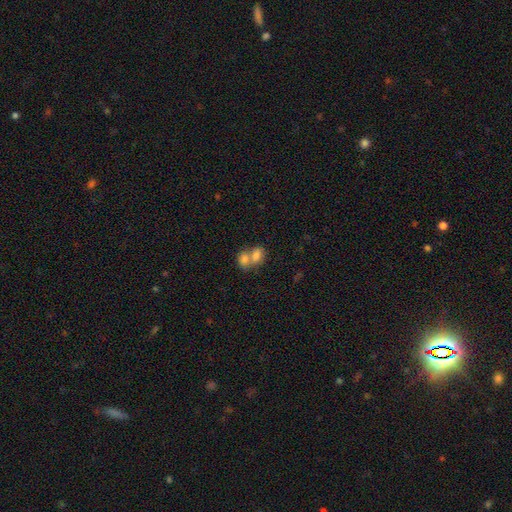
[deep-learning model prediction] A smooth galaxy with no disk features (77%) that is in between round and cigar-shaped (73%).

Vote fractions:
- Smooth or featured? smooth: 77% / featured or disk: 14% / star or artifact: 9%
- How rounded? in between: 73% / round: 26% / cigar-shaped: 1%
- Merging? merger: 72% / none: 20% / minor disturbance: 6% / major disturbance: 3%